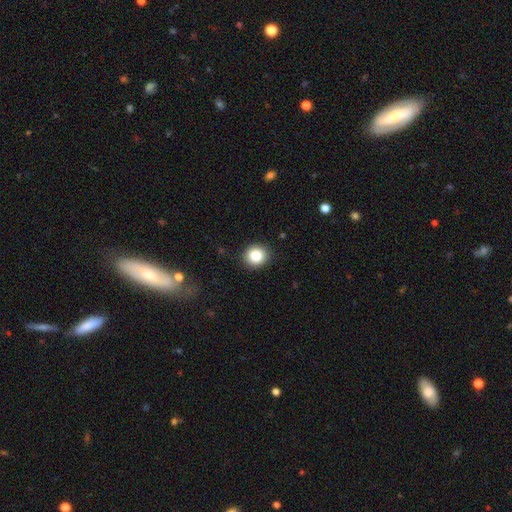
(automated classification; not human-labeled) smooth-or-featured: smooth: 84% | star or artifact: 10% | featured or disk: 6%
  how-rounded: round: 87% | in between: 12% | cigar-shaped: 1%
  merging: none: 91% | minor disturbance: 6% | major disturbance: 2% | merger: 1%